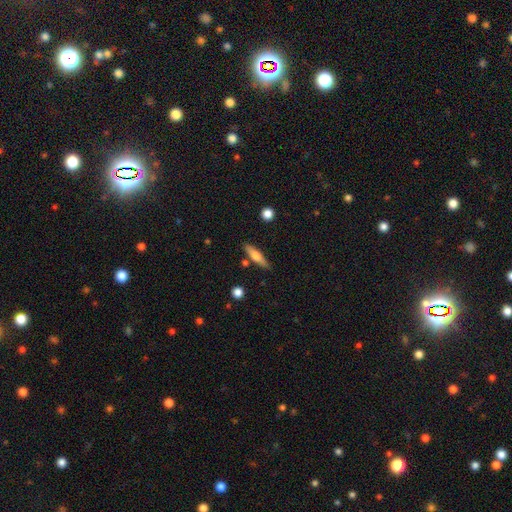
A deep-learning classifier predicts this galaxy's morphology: smooth-or-featured: smooth: 53% | featured or disk: 41% | star or artifact: 6%
  how-rounded: cigar-shaped: 74% | in between: 24% | round: 3%
  merging: none: 83% | minor disturbance: 10% | merger: 5% | major disturbance: 2%